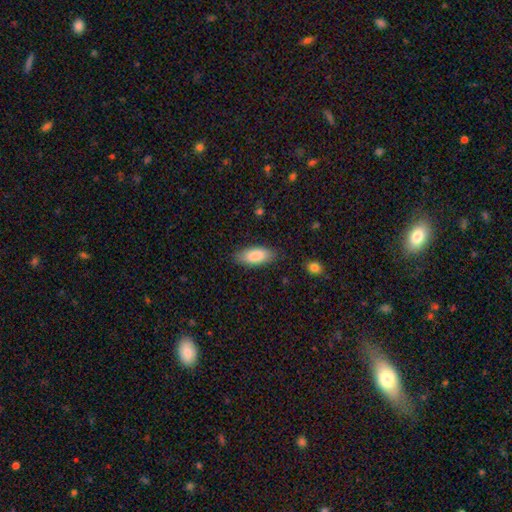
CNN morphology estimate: smooth 87%, featured or disk 7%, star or artifact 6%. Down the decision tree: how rounded — in between (83%); merging — none (83%).